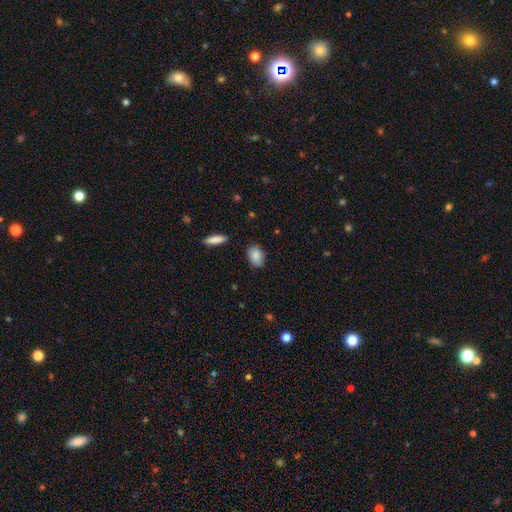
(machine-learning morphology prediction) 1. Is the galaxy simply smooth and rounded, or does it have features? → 87% smooth, 7% star or artifact, 6% featured or disk.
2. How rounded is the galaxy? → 84% in between, 14% round, 2% cigar-shaped.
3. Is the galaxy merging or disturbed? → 82% none, 13% minor disturbance, 3% major disturbance, 2% merger.